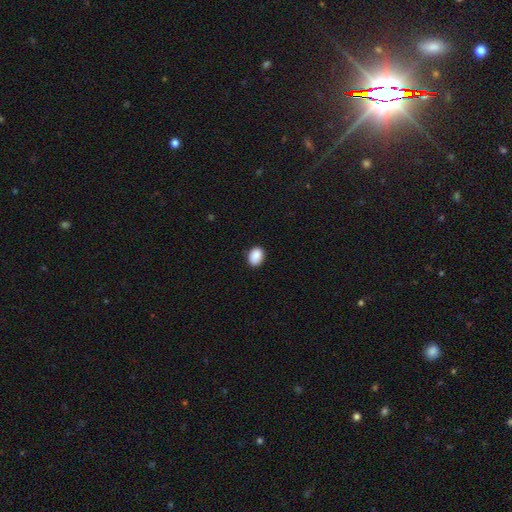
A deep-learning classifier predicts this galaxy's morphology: This appears to be a smooth galaxy with no disk features (89%) that is in between round and cigar-shaped (71%). Merging: none (86%).